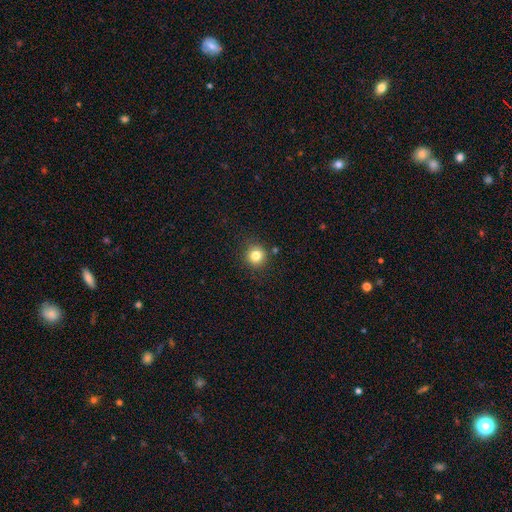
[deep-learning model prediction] smooth_or_featured: smooth (p=0.82) [alt: star or artifact p=0.12]
how_rounded: round (p=0.92) [alt: in between p=0.07]
merging: none (p=0.87) [alt: minor disturbance p=0.08]